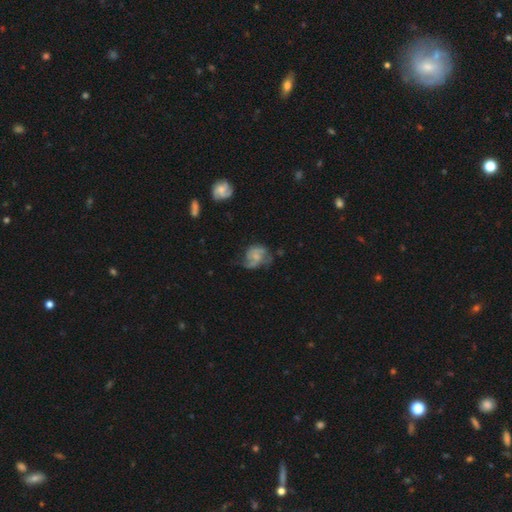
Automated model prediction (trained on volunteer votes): A featured or disk galaxy (63%) with no bar (70%), spiral arms (79%) and a small central bulge (45%).

Vote fractions:
- Smooth or featured? featured or disk: 63% / smooth: 29% / star or artifact: 9%
- Edge-on disk? no: 98% / yes: 2%
- Bar? no: 70% / weak: 26% / strong: 4%
- Spiral arms? yes: 79% / no: 21%
- Bulge size? small: 45% / none: 31% / moderate: 19% / large: 3% / dominant: 1%
- Merging? none: 43% / major disturbance: 27% / minor disturbance: 27% / merger: 3%